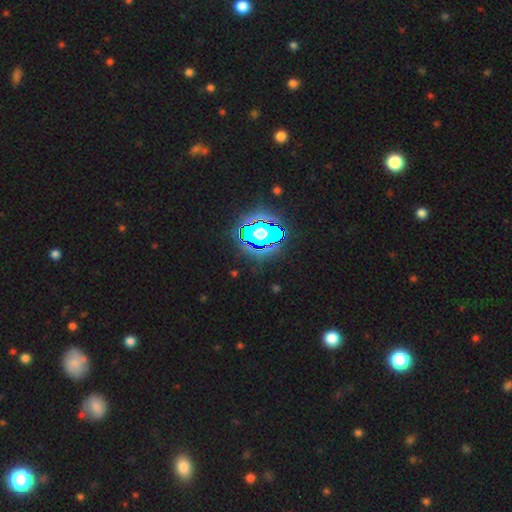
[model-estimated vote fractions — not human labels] Q: Smooth or featured?
A: star or artifact (81%); runner-up: smooth (12%)